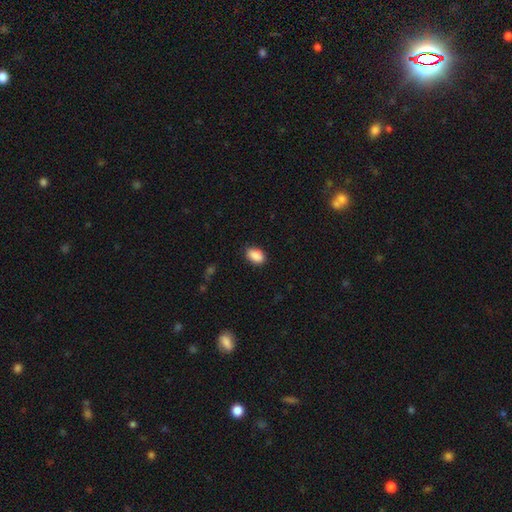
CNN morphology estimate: type=smooth (90%); roundness=in between (88%); merging=none (85%).